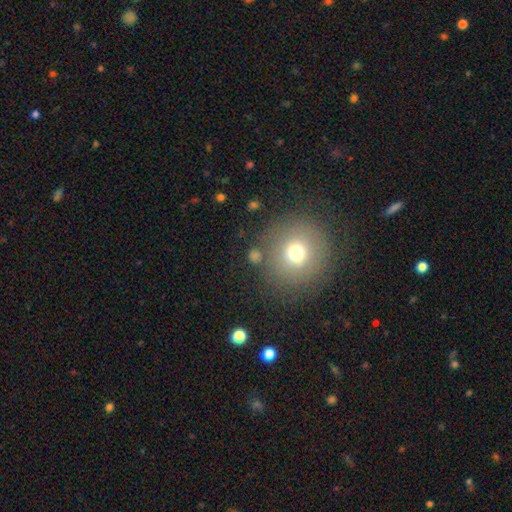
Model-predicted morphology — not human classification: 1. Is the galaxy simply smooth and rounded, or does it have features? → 70% smooth, 17% star or artifact, 14% featured or disk.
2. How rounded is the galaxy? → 92% round, 7% in between, 1% cigar-shaped.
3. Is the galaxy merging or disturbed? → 80% none, 10% minor disturbance, 5% merger, 5% major disturbance.